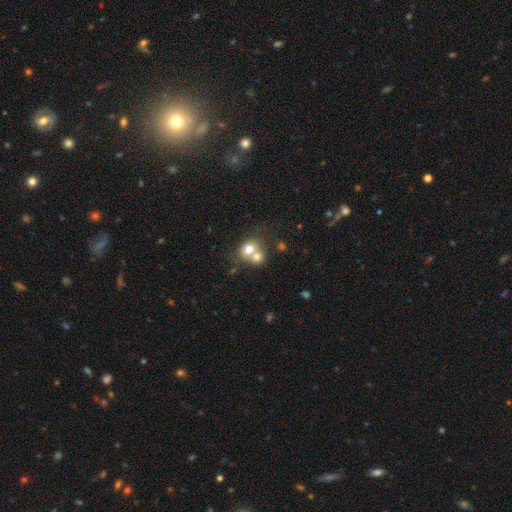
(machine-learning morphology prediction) type=smooth (67%); roundness=round (69%); merging=merger (59%).